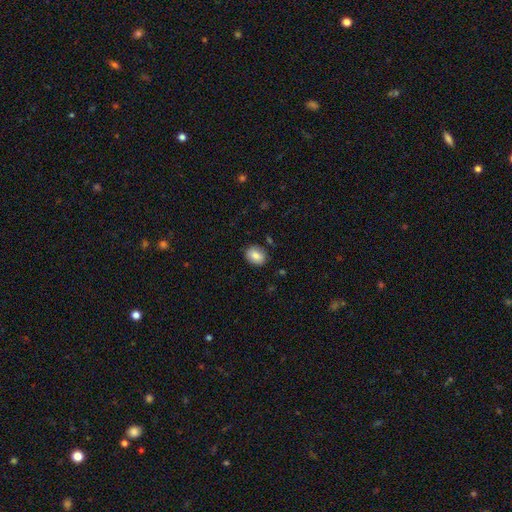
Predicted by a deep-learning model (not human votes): This is clearly a smooth galaxy (83%). How rounded: possibly in between (59%). Merging: clearly none (84%).